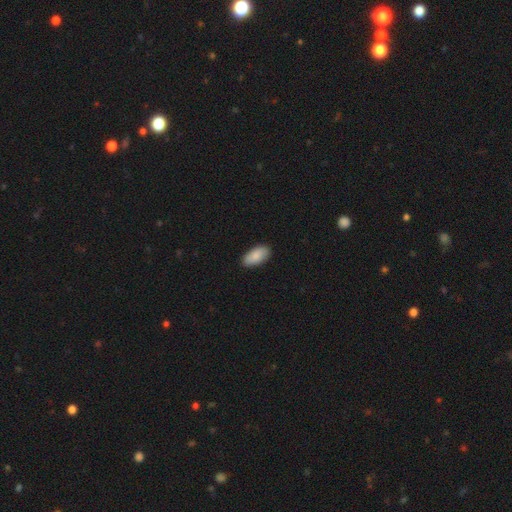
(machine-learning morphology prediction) type=smooth (86%); roundness=in between (93%); merging=none (88%).